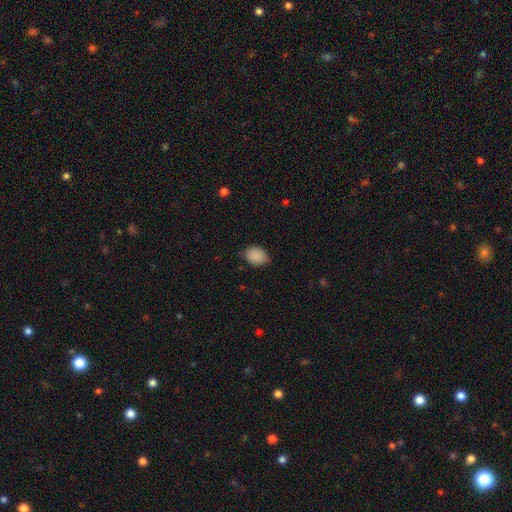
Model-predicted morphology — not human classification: Smooth or featured?
  - smooth: 88% *
  - star or artifact: 8%
  - featured or disk: 4%
How rounded?
  - in between: 68% *
  - round: 31%
  - cigar-shaped: 1%
Merging?
  - none: 72% *
  - minor disturbance: 23%
  - major disturbance: 4%
  - merger: 1%